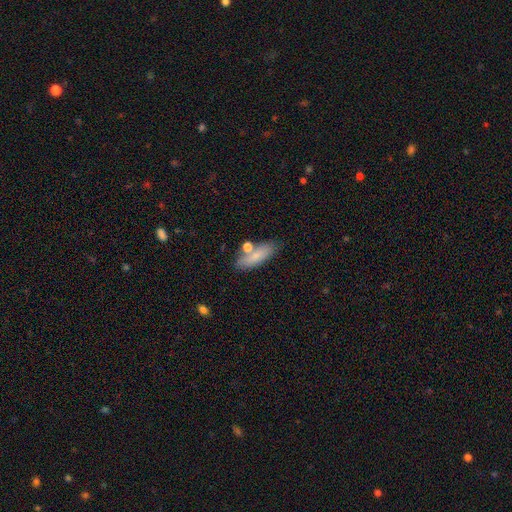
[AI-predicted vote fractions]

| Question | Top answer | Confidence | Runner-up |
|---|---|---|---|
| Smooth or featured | smooth | 77% | featured or disk (15%) |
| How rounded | in between | 59% | cigar-shaped (38%) |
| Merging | none | 69% | minor disturbance (15%) |